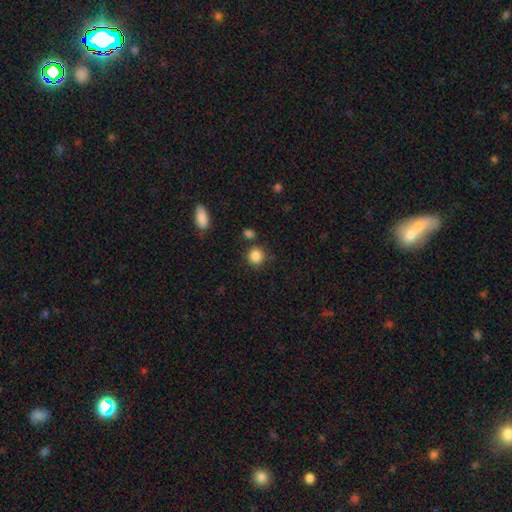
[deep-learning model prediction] smooth_or_featured: smooth (p=0.86) [alt: star or artifact p=0.10]
how_rounded: round (p=0.88) [alt: in between p=0.10]
merging: none (p=0.81) [alt: minor disturbance p=0.10]